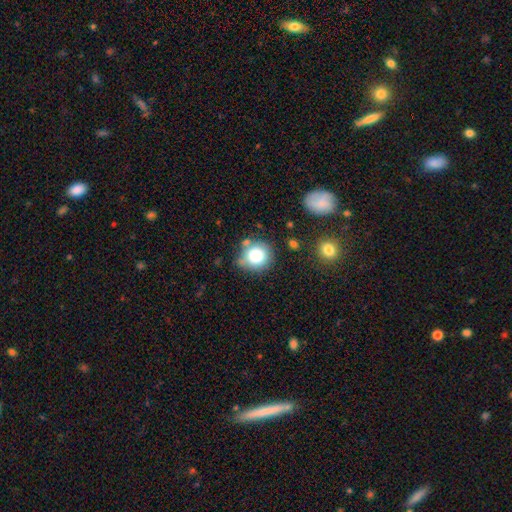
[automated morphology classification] This appears to be a smooth galaxy with no disk features (80%) that is round (84%). Merging: none (66%).